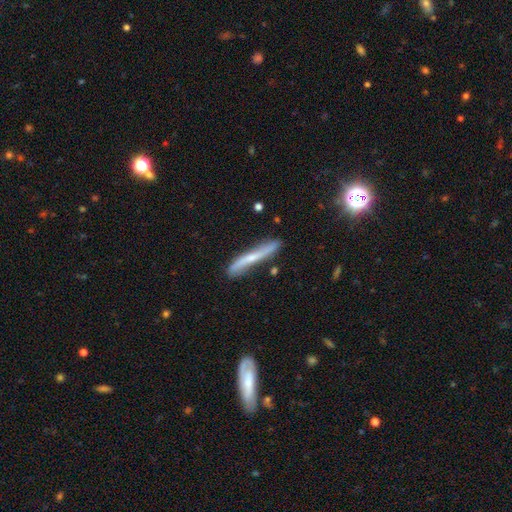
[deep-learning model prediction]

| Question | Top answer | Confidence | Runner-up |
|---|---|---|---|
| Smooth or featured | featured or disk | 57% | smooth (33%) |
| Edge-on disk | yes | 79% | no (21%) |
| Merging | none | 76% | minor disturbance (17%) |